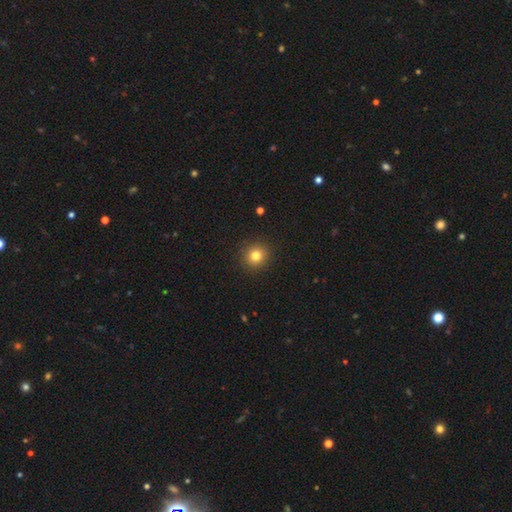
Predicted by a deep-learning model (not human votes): Smooth or featured? Predicted: smooth (p=0.81). How rounded? Predicted: round (p=0.91). Merging? Predicted: none (p=0.91).